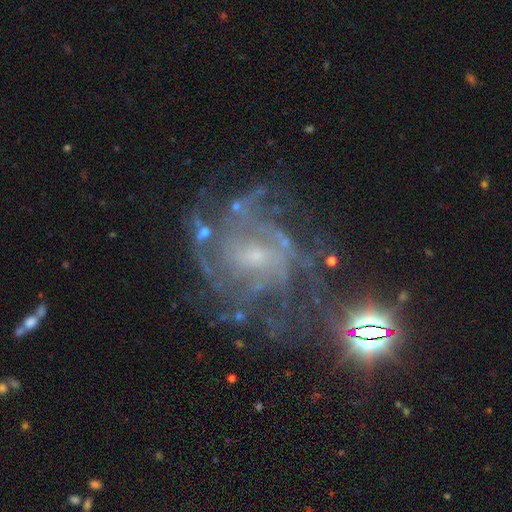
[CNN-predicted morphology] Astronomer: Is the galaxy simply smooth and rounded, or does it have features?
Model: featured or disk — 78%.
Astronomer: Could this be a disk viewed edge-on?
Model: no — 98%.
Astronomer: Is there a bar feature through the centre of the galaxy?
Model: no — 48% (runner-up: weak, 42%).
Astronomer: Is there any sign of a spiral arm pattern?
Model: yes — 92%.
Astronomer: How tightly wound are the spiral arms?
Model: tight — 53% (runner-up: medium, 37%).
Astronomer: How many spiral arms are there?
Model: can't tell — 38% (runner-up: 4, 18%).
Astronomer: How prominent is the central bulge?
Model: small — 65%.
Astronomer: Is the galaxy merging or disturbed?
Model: none — 66%.